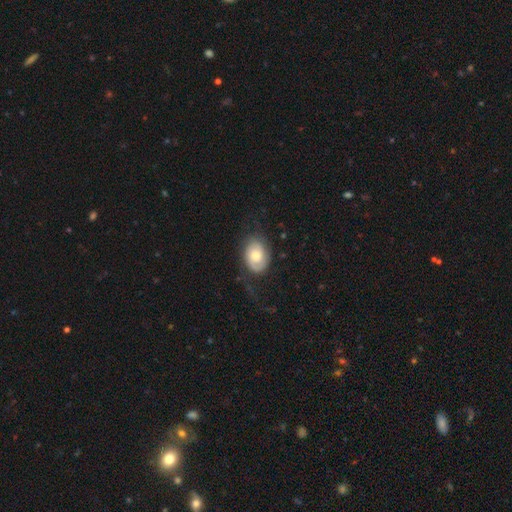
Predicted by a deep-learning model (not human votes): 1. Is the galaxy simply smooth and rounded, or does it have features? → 48% featured or disk, 45% smooth, 7% star or artifact.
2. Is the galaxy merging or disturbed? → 61% none, 22% minor disturbance, 16% major disturbance, 1% merger.